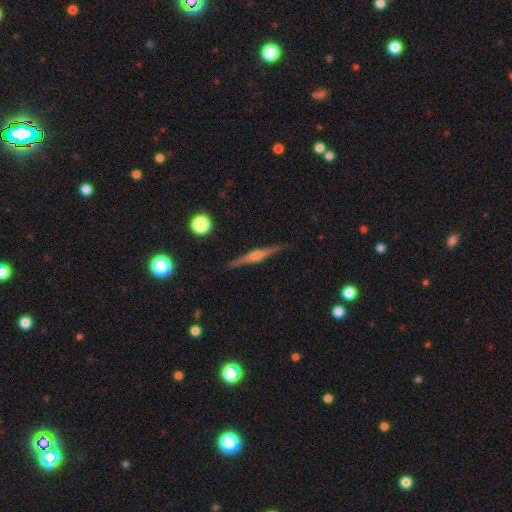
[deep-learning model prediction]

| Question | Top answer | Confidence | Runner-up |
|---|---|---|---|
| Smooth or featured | featured or disk | 78% | smooth (16%) |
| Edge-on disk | yes | 98% | no (2%) |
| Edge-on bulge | rounded | 71% | boxy (23%) |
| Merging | none | 90% | minor disturbance (7%) |